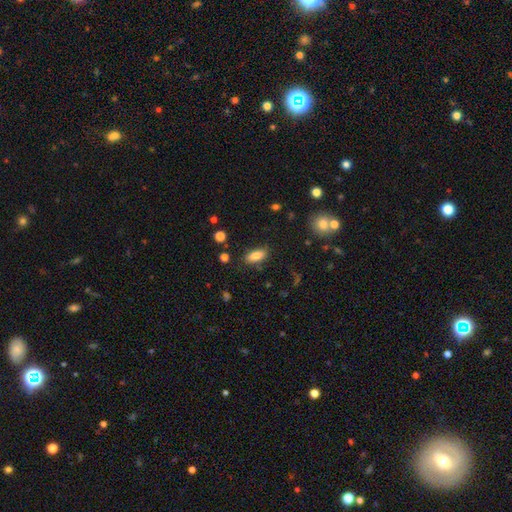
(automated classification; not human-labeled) Smooth or featured: smooth — 84% (star or artifact — 8%)
How rounded: in between — 82% (cigar-shaped — 16%)
Merging: none — 82% (minor disturbance — 12%)